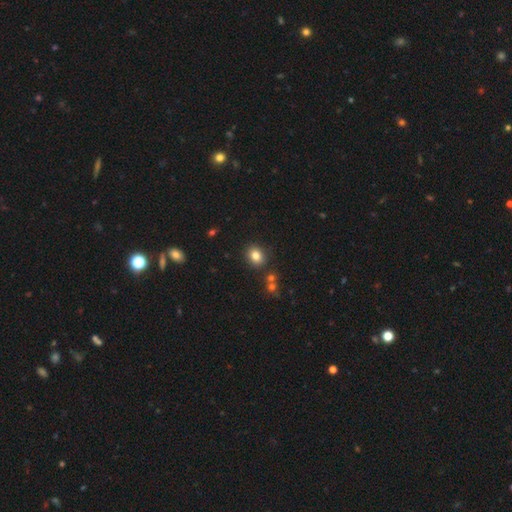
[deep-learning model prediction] smooth-or-featured: smooth: 81% | star or artifact: 12% | featured or disk: 7%
  how-rounded: round: 58% | in between: 41% | cigar-shaped: 1%
  merging: none: 84% | minor disturbance: 9% | merger: 5% | major disturbance: 3%